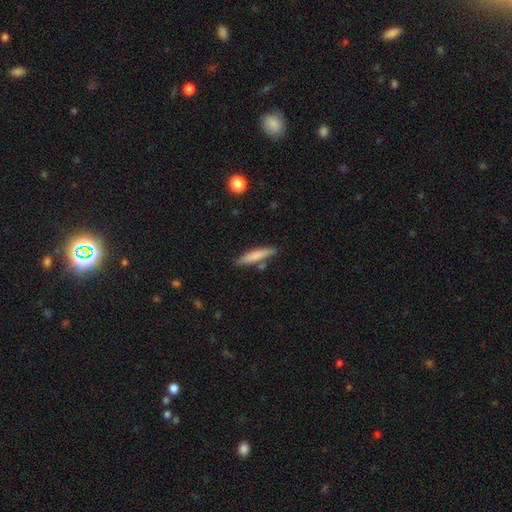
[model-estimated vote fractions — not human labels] A smooth galaxy with no disk features (76%) that is cigar-shaped (84%). Merging: none (77%).